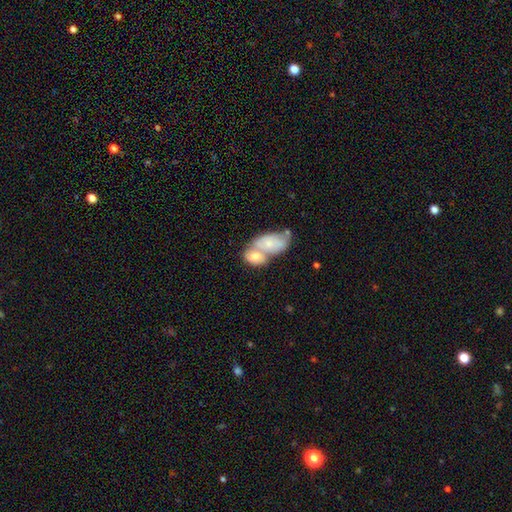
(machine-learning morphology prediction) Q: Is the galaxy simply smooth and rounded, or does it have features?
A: smooth — 49%.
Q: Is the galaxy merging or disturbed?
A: merger — 62%.